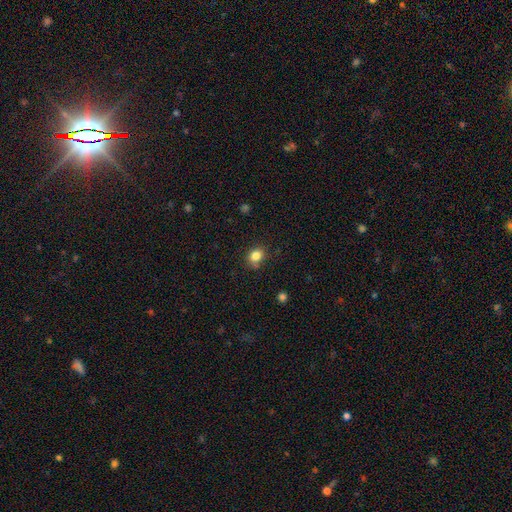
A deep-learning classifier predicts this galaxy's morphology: Q: Smooth or featured?
A: smooth (83%); runner-up: star or artifact (11%)
Q: How rounded?
A: round (57%); runner-up: in between (42%)
Q: Merging?
A: none (78%); runner-up: minor disturbance (15%)